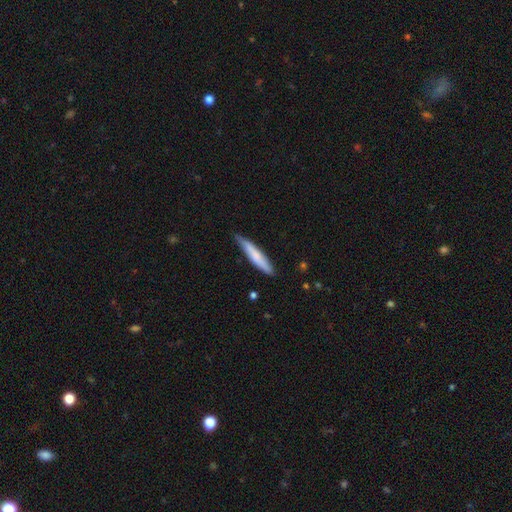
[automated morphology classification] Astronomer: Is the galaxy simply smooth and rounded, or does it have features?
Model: smooth — 69%.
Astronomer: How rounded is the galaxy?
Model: cigar-shaped — 91%.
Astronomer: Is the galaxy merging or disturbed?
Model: none — 78%.